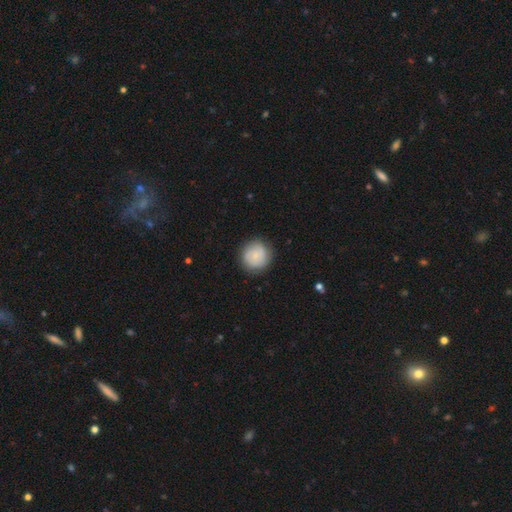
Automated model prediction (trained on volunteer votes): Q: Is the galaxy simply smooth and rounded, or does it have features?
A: smooth — 71%.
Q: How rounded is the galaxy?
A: round — 93%.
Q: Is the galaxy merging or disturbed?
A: none — 86%.